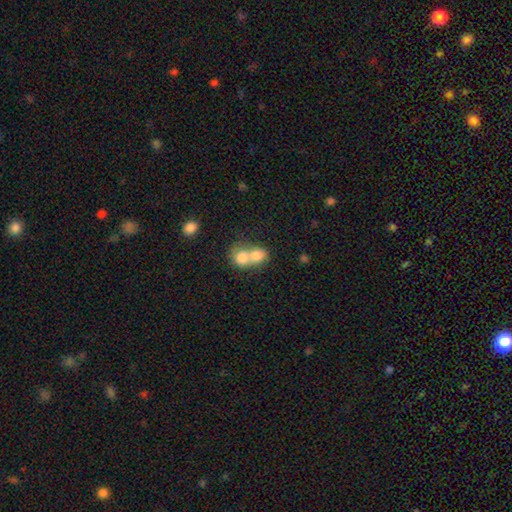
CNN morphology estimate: type=smooth (75%); roundness=round (60%); merging=merger (75%).